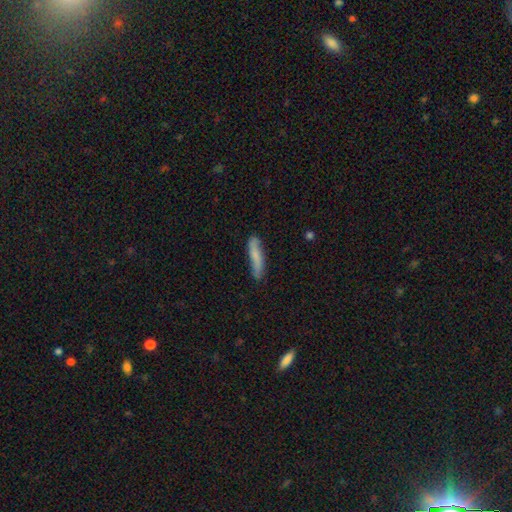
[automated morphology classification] Smooth or featured? Predicted: smooth (p=0.68). How rounded? Predicted: cigar-shaped (p=0.86). Merging? Predicted: none (p=0.76).